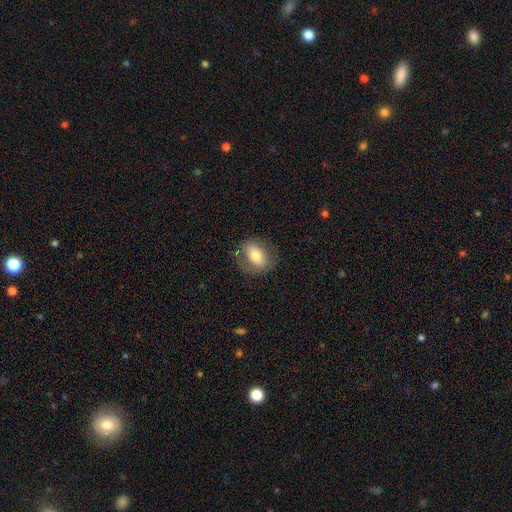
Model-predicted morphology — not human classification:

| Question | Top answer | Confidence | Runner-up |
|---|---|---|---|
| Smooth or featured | smooth | 62% | featured or disk (31%) |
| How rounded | in between | 72% | round (26%) |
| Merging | none | 74% | minor disturbance (16%) |